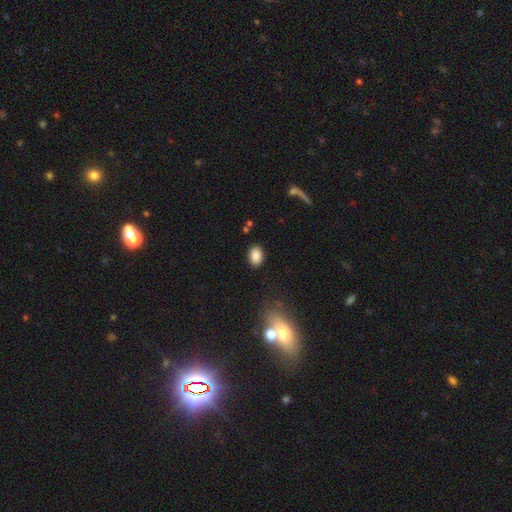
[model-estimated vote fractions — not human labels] Smooth or featured? smooth (87%)
How rounded? in between (84%)
Merging? none (87%)